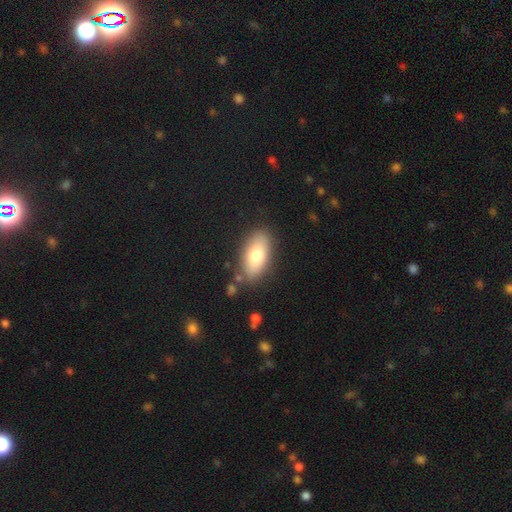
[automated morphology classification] smooth 75%, featured or disk 18%, star or artifact 7%. Down the decision tree: how rounded — in between (89%); merging — none (83%).